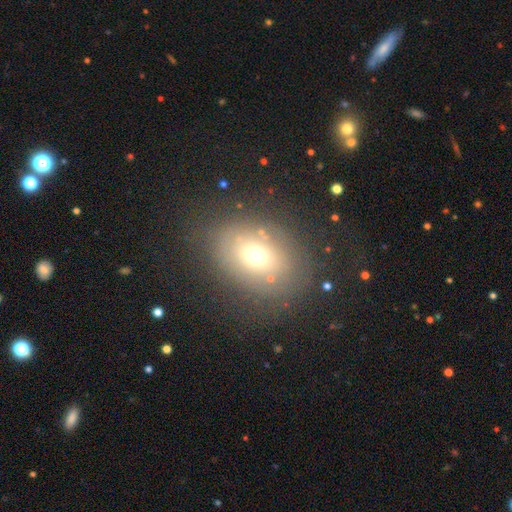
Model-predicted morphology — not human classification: A smooth galaxy with no disk features (56%) that is in between round and cigar-shaped (65%). Merging: none (73%).